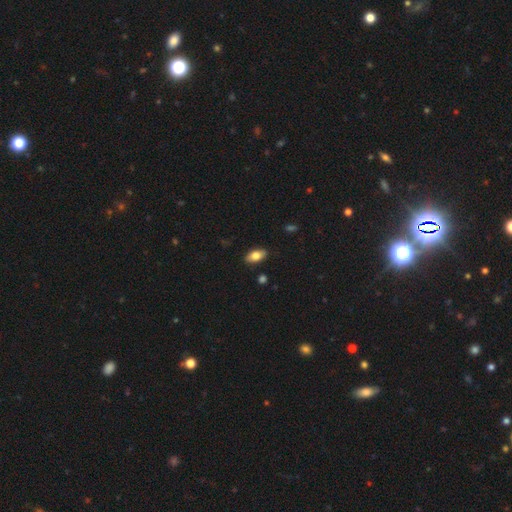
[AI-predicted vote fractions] This appears to be a smooth galaxy with no disk features (78%) that is in between round and cigar-shaped (91%). Merging: none (87%).